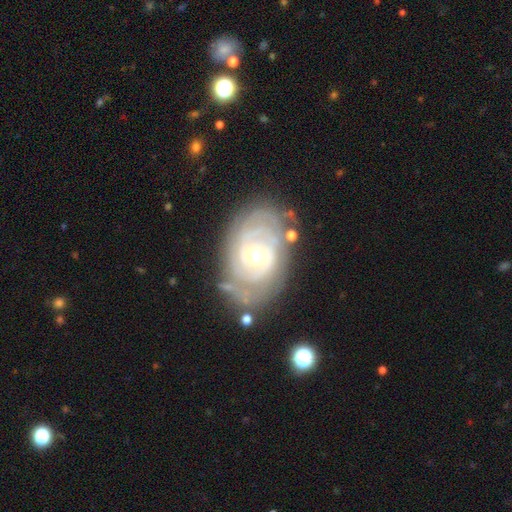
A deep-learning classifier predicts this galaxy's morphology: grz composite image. It shows a featured or disk galaxy (84%) with no bar (63%), tight (77%) spiral arms (90%) and a moderate central bulge (64%). Merging: none (70%).